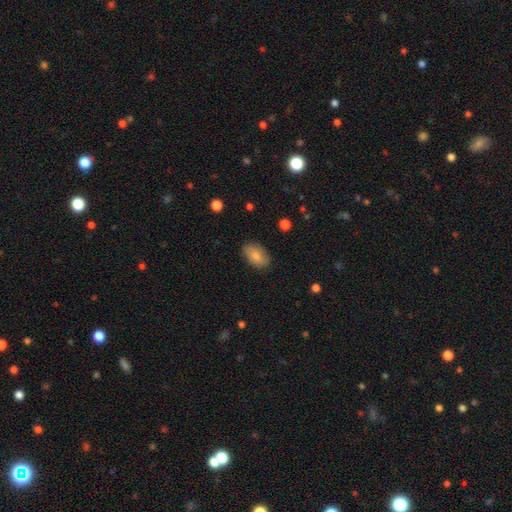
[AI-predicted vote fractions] Smooth or featured?
  - smooth: 82% *
  - featured or disk: 11%
  - star or artifact: 7%
How rounded?
  - in between: 91% *
  - round: 7%
  - cigar-shaped: 2%
Merging?
  - none: 83% *
  - minor disturbance: 13%
  - major disturbance: 3%
  - merger: 1%